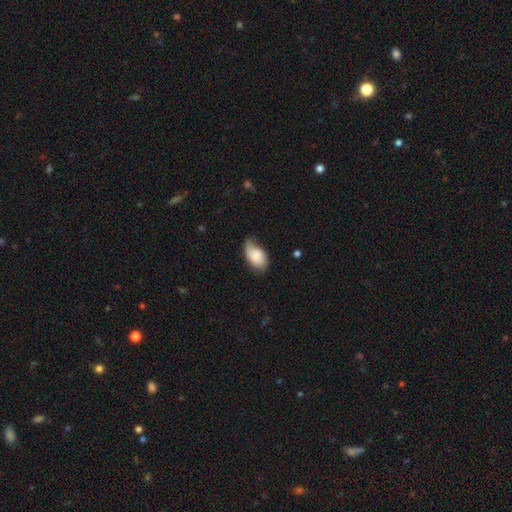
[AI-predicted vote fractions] A smooth galaxy with no disk features (74%) that is in between round and cigar-shaped (92%).

Vote fractions:
- Smooth or featured? smooth: 74% / featured or disk: 19% / star or artifact: 7%
- How rounded? in between: 92% / round: 6% / cigar-shaped: 2%
- Merging? minor disturbance: 43% / none: 37% / major disturbance: 16% / merger: 3%